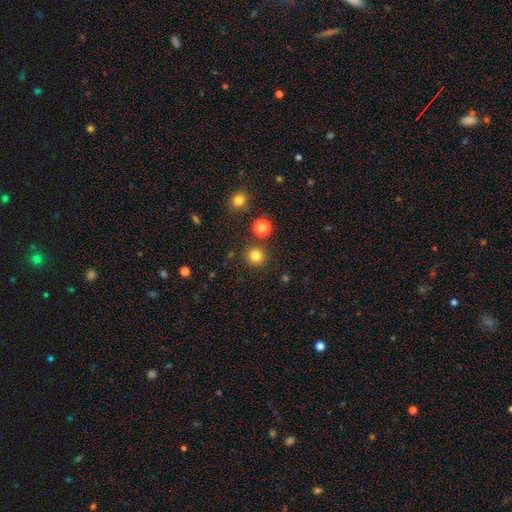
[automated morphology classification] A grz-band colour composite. It shows a smooth galaxy with no disk features (81%) that is round (94%). Merging: none (88%).